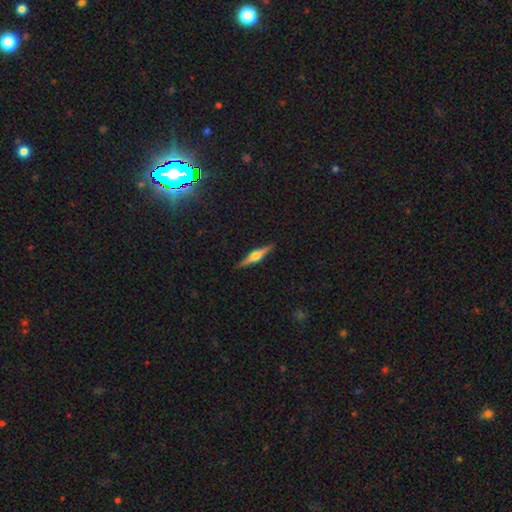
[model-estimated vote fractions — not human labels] Overall: featured or disk (72%). Edge-on disk: yes (98%). Edge-on bulge: rounded (88%). Merging: none (91%).